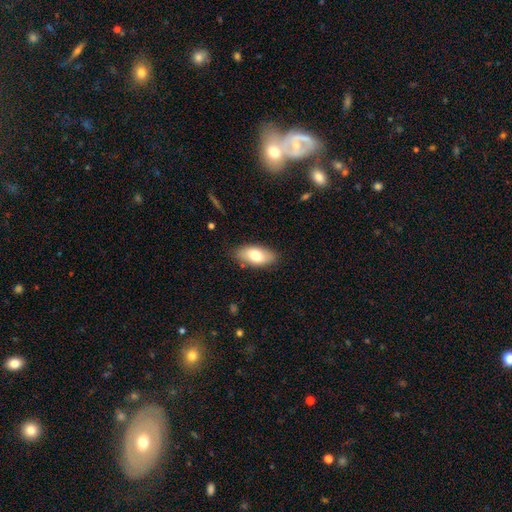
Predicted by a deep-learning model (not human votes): smooth-or-featured: smooth: 74% | featured or disk: 20% | star or artifact: 6%
  how-rounded: in between: 91% | cigar-shaped: 6% | round: 3%
  merging: none: 84% | minor disturbance: 13% | major disturbance: 3% | merger: 1%